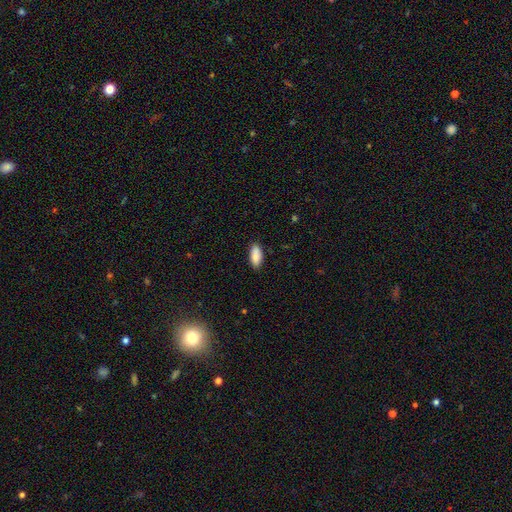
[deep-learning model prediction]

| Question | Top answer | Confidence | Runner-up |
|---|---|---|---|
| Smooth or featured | smooth | 89% | star or artifact (6%) |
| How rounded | in between | 87% | cigar-shaped (11%) |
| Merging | none | 87% | minor disturbance (10%) |